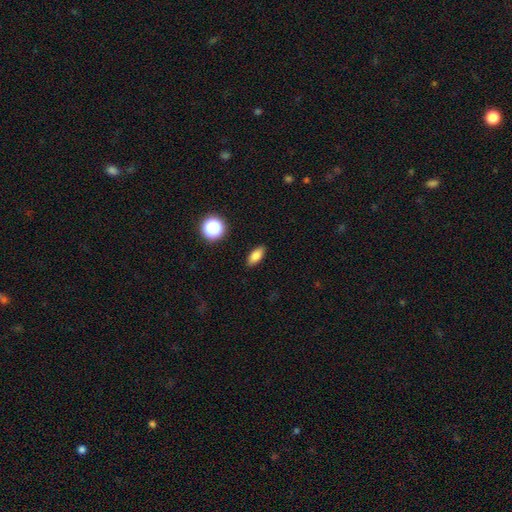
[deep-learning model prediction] Morphology: type=smooth (81%); roundness=in between (80%); merging=none (89%).